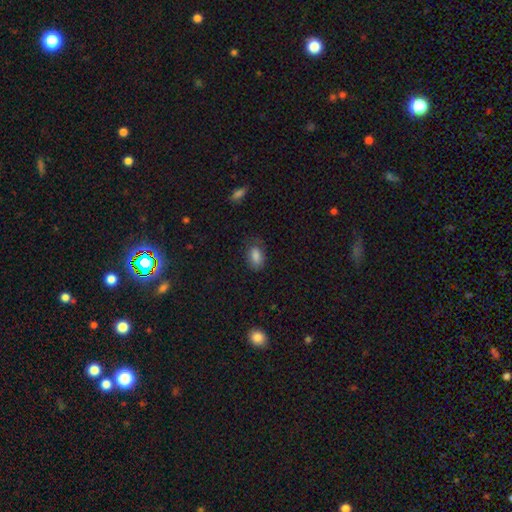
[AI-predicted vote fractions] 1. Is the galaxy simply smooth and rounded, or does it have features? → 84% smooth, 9% star or artifact, 8% featured or disk.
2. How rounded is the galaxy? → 89% in between, 9% round, 2% cigar-shaped.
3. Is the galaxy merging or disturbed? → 67% none, 23% minor disturbance, 9% major disturbance, 1% merger.